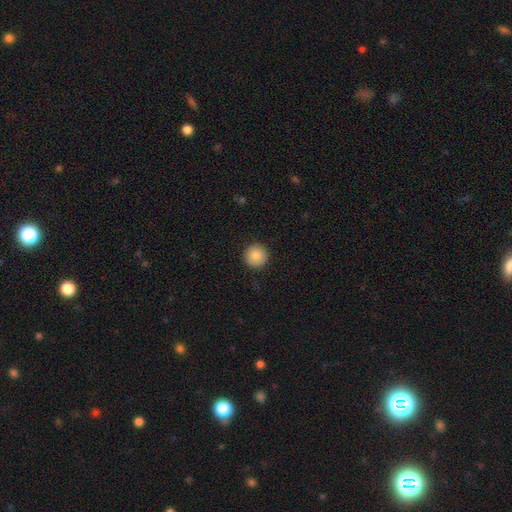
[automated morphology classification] This appears to be a smooth galaxy with no disk features (86%) that is round (96%). Merging: none (92%).